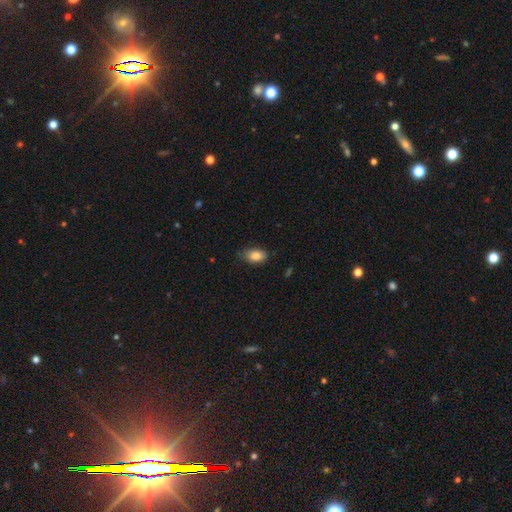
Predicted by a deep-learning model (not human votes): smooth_or_featured: smooth (p=0.85) [alt: star or artifact p=0.08]
how_rounded: in between (p=0.89) [alt: round p=0.09]
merging: none (p=0.77) [alt: minor disturbance p=0.19]